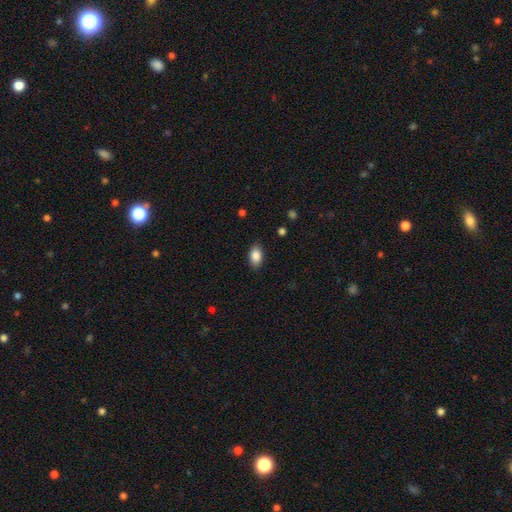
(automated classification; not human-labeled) Smooth or featured? smooth (86%)
How rounded? in between (90%)
Merging? none (86%)